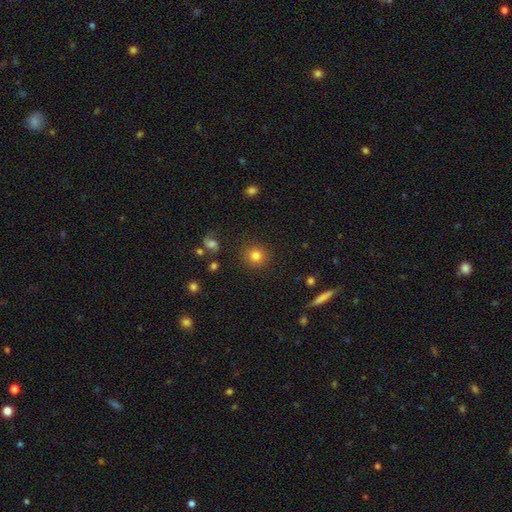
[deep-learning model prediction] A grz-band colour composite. It shows a smooth galaxy with no disk features (82%) that is round (90%). Merging: none (89%).